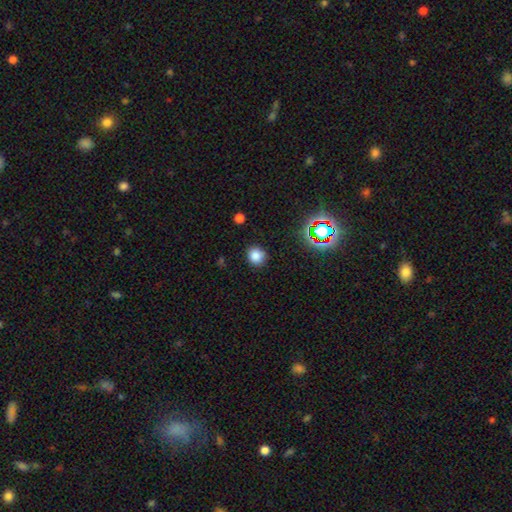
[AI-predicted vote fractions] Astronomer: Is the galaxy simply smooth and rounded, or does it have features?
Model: smooth — 80%.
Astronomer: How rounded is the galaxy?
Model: round — 81%.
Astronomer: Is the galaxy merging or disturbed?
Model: none — 86%.